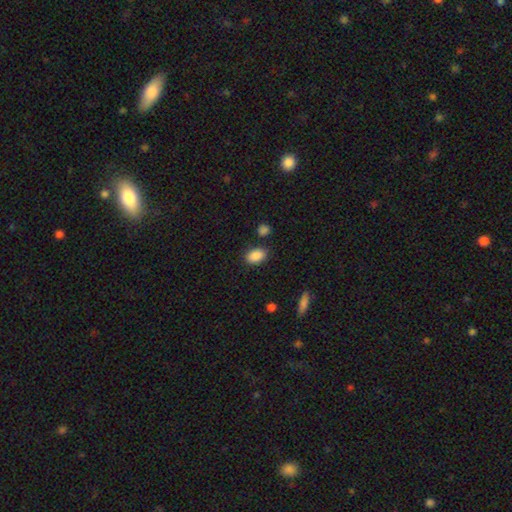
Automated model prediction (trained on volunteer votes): This is clearly a smooth galaxy (88%). How rounded: clearly in between (83%). Merging: likely none (79%).